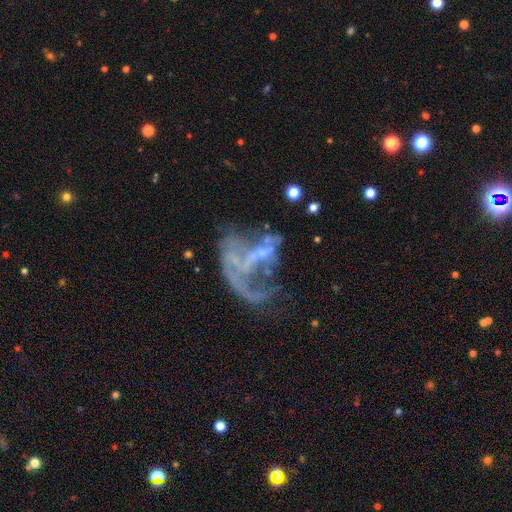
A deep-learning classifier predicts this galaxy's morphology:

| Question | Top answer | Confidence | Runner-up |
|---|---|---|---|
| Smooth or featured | featured or disk | 72% | smooth (14%) |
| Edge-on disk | no | 97% | yes (3%) |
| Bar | no | 67% | weak (23%) |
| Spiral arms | no | 59% | yes (41%) |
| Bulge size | none | 64% | small (25%) |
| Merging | major disturbance | 50% | none (23%) |